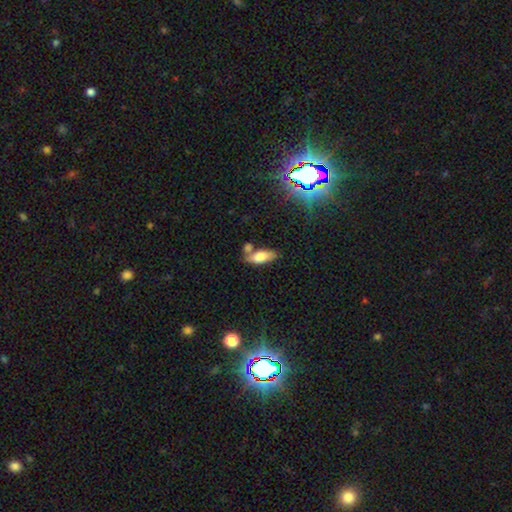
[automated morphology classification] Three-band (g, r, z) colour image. It shows a smooth galaxy with no disk features (74%) that is in between round and cigar-shaped (77%). Merging: none (50%).